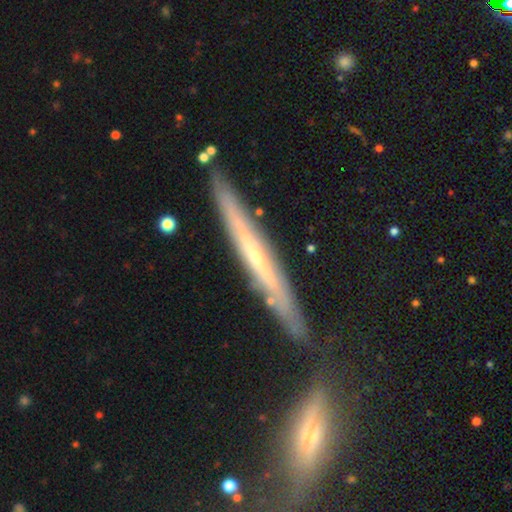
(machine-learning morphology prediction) Smooth or featured? featured or disk (71%)
Edge-on disk? yes (89%)
Edge-on bulge? none (54%)
Merging? none (80%)